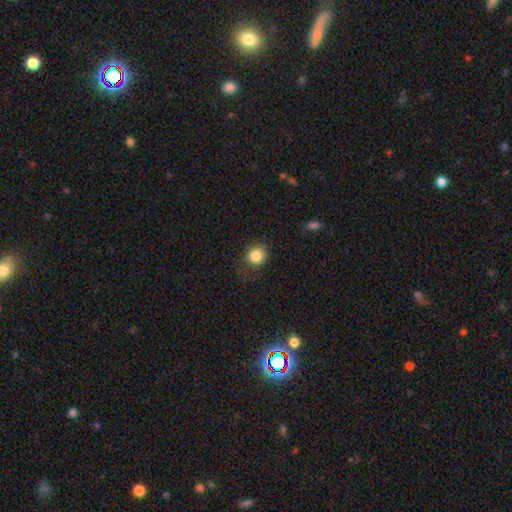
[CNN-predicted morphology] smooth-or-featured: smooth: 84% | star or artifact: 10% | featured or disk: 6%
  how-rounded: round: 79% | in between: 20% | cigar-shaped: 1%
  merging: none: 73% | minor disturbance: 19% | major disturbance: 7% | merger: 1%